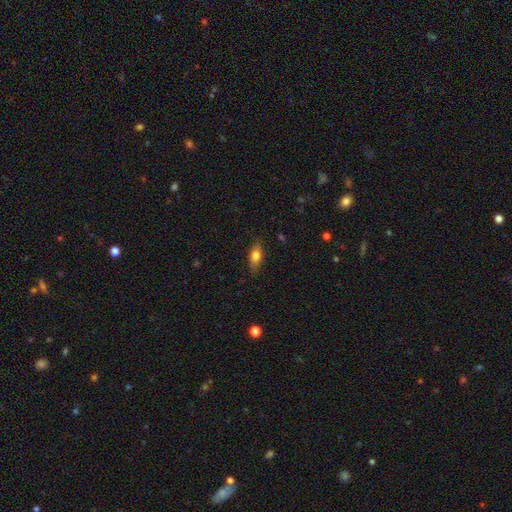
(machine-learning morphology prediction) This appears to be a smooth galaxy with no disk features (65%) that is in between round and cigar-shaped (69%). Merging: none (83%).